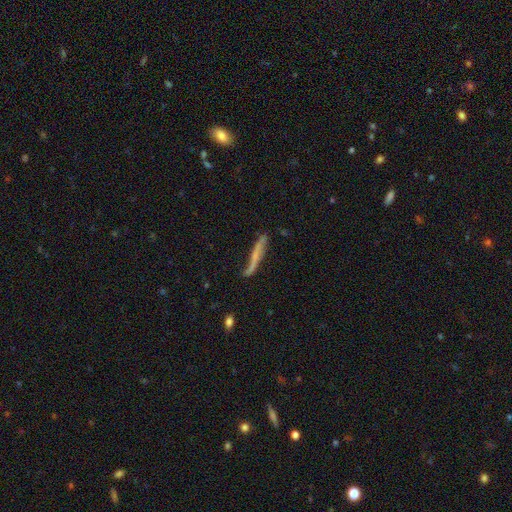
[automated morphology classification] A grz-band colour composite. It shows a featured or disk galaxy (52%) viewed edge-on (70%). Merging: none (57%).